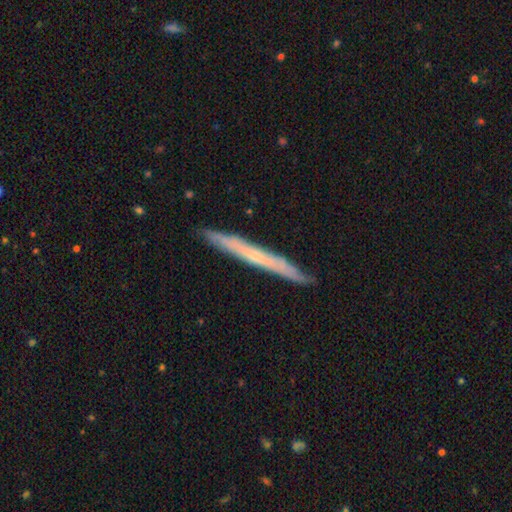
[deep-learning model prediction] Smooth or featured? Predicted: featured or disk (p=0.56). Edge-on disk? Predicted: yes (p=0.93). Edge-on bulge? Predicted: none (p=0.75). Merging? Predicted: none (p=0.89).